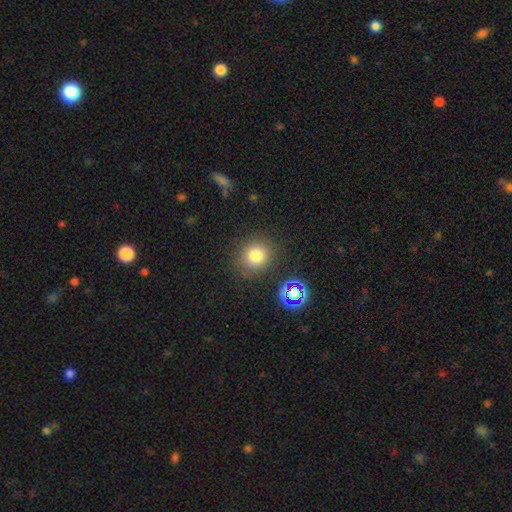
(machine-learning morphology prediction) This appears to be a smooth galaxy with no disk features (77%) that is round (84%). Merging: none (84%).